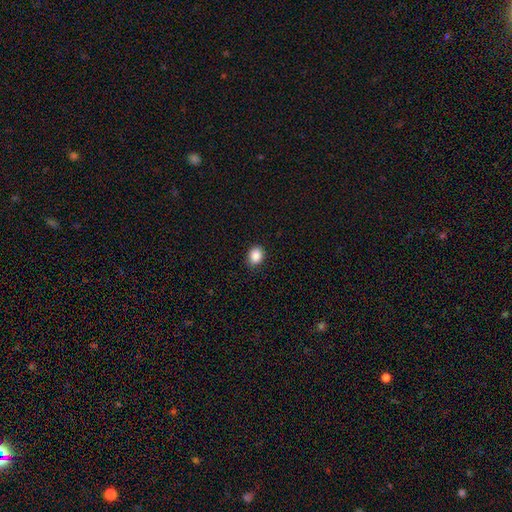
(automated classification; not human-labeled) This is clearly a smooth galaxy (88%). How rounded: possibly in between (51%). Merging: clearly none (87%).